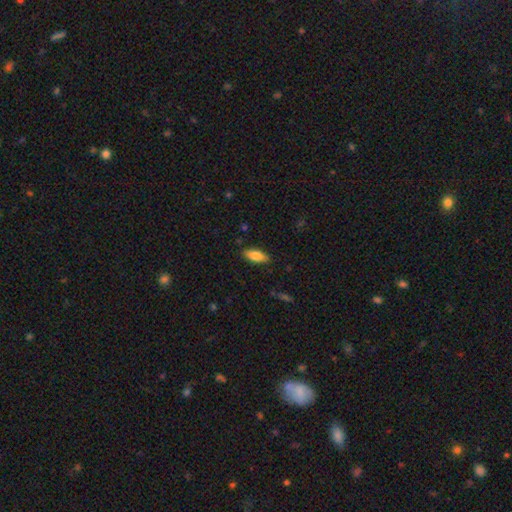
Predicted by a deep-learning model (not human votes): Smooth or featured? Predicted: smooth (p=0.83). How rounded? Predicted: in between (p=0.80). Merging? Predicted: none (p=0.86).